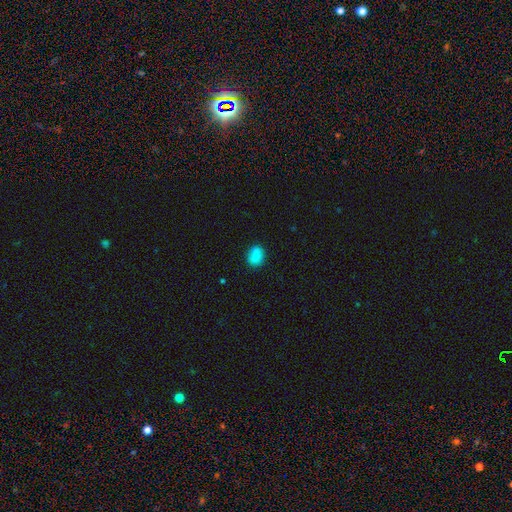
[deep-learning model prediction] Q: Smooth or featured?
A: smooth (82%); runner-up: featured or disk (9%)
Q: How rounded?
A: in between (59%); runner-up: round (38%)
Q: Merging?
A: none (79%); runner-up: minor disturbance (14%)